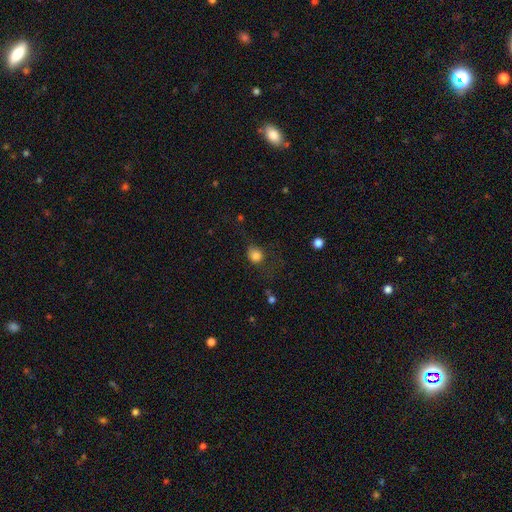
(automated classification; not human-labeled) Q: Smooth or featured?
A: smooth (80%); runner-up: star or artifact (12%)
Q: How rounded?
A: round (76%); runner-up: in between (23%)
Q: Merging?
A: none (58%); runner-up: minor disturbance (22%)